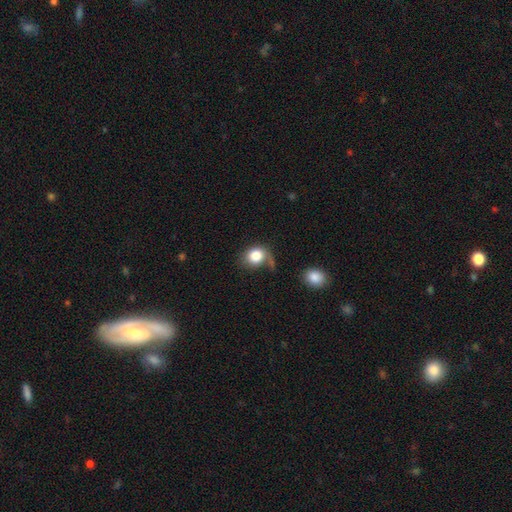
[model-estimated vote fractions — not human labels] Overall: smooth (81%). How rounded: round (64%; in between 35%). Merging: none (46%; minor disturbance 24%).